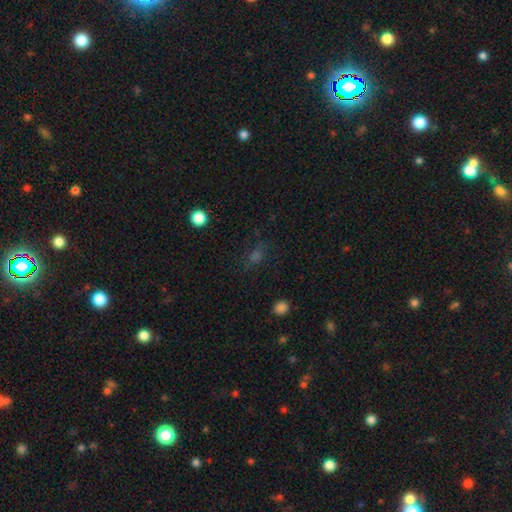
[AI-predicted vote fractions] Smooth or featured? Predicted: smooth (p=0.47). Merging? Predicted: none (p=0.68).